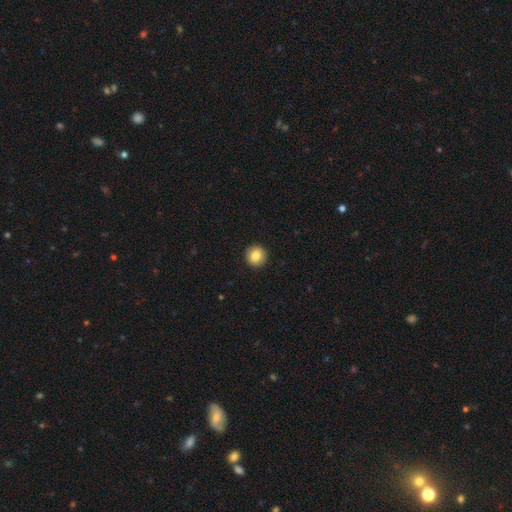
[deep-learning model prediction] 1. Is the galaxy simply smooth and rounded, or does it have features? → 84% smooth, 9% star or artifact, 7% featured or disk.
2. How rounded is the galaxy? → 94% round, 5% in between, 1% cigar-shaped.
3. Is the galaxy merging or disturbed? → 93% none, 4% minor disturbance, 1% major disturbance, 1% merger.